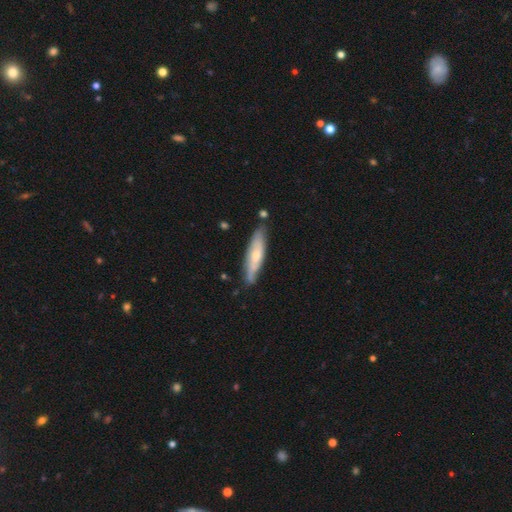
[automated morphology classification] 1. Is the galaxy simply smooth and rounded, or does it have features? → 48% smooth, 47% featured or disk, 5% star or artifact.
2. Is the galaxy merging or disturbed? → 74% none, 19% minor disturbance, 4% merger, 3% major disturbance.